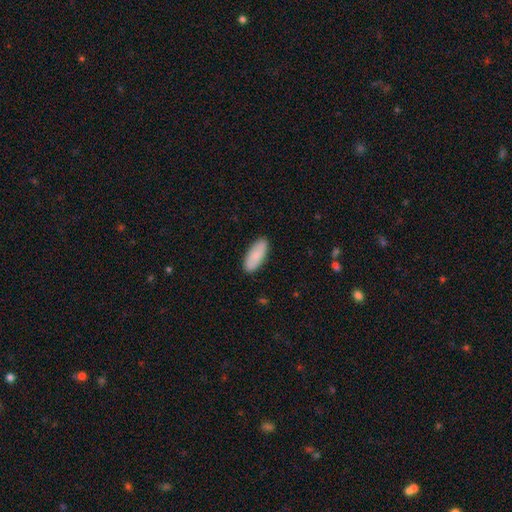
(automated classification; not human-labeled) Smooth or featured?
  - smooth: 84% *
  - featured or disk: 10%
  - star or artifact: 5%
How rounded?
  - in between: 75% *
  - cigar-shaped: 24%
  - round: 2%
Merging?
  - none: 88% *
  - minor disturbance: 9%
  - major disturbance: 2%
  - merger: 1%